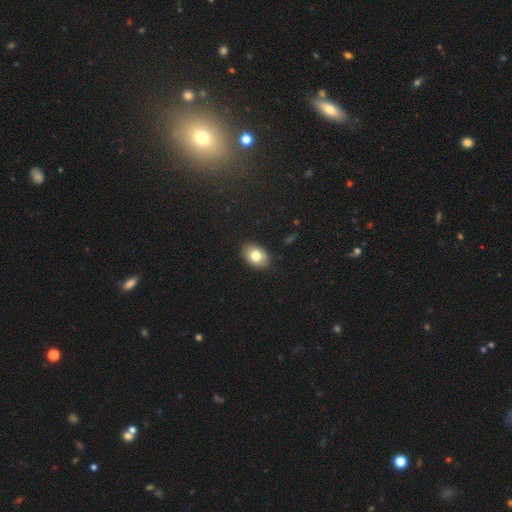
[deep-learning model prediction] This is likely a smooth galaxy (78%). How rounded: clearly in between (82%). Merging: clearly none (87%).